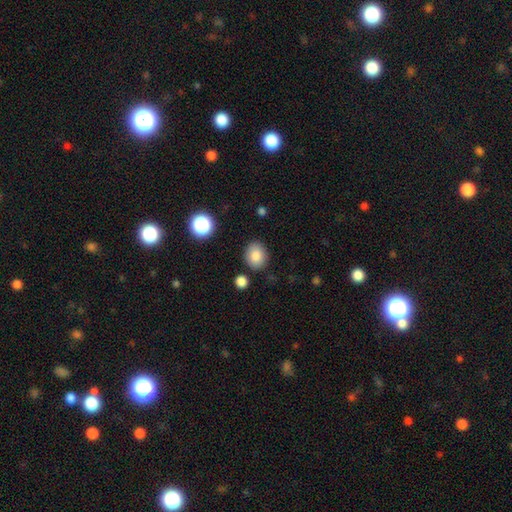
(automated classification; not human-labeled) A smooth galaxy with no disk features (83%) that is round (55%). Merging: none (85%).